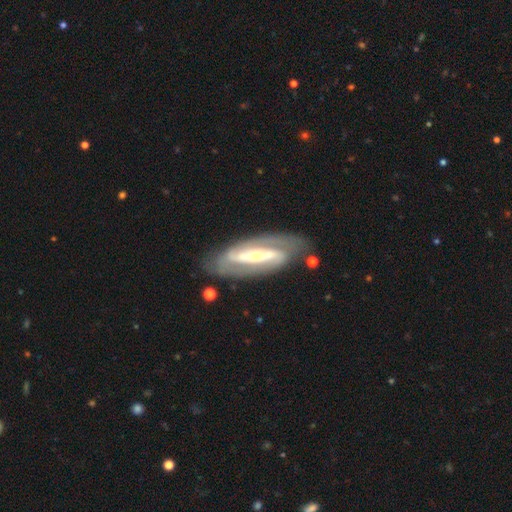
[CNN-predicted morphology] smooth-or-featured: featured or disk: 84% | smooth: 11% | star or artifact: 5%
  disk-edge-on: no: 89% | yes: 11%
    bar: strong: 71% | weak: 18% | no: 11%
    has-spiral-arms: yes: 88% | no: 12%
      spiral-winding: tight: 42% | medium: 41% | loose: 16%
      spiral-arm-count: 2: 86% | can't tell: 8% | 1: 2% | 3: 2% | 4: 1% | more than 4: 1%
    bulge-size: small: 44% | moderate: 43% | large: 9% | none: 2% | dominant: 2%
  merging: none: 78% | minor disturbance: 14% | major disturbance: 6% | merger: 2%